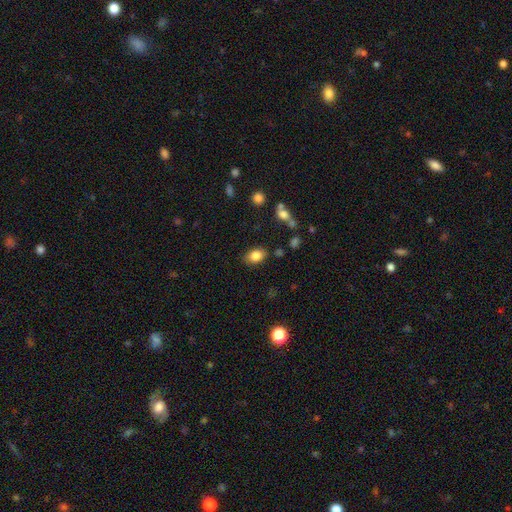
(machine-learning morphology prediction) Smooth or featured? smooth (83%)
How rounded? in between (82%)
Merging? none (81%)